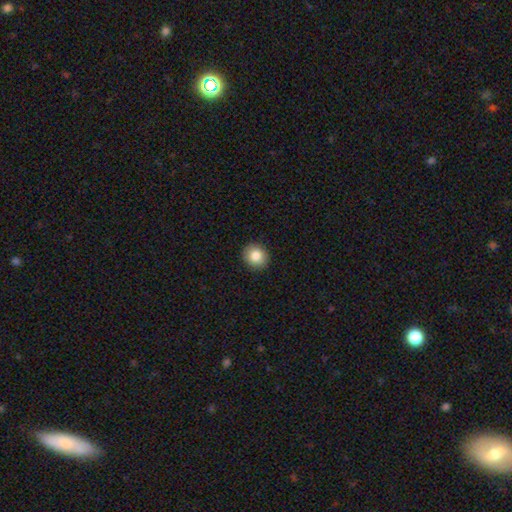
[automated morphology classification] Overall: smooth (84%). How rounded: round (80%). Merging: none (91%).